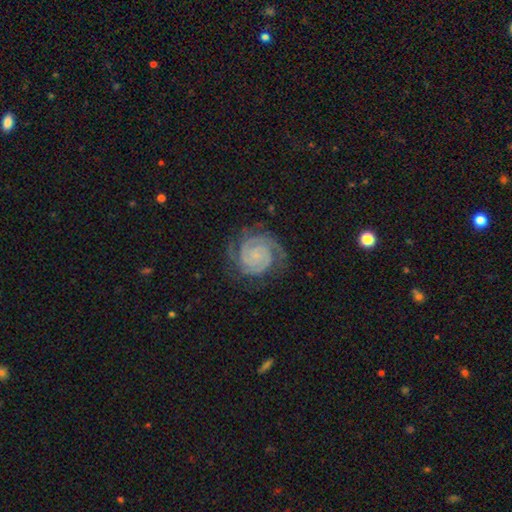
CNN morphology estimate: Smooth or featured: featured or disk — 89% (smooth — 6%)
Edge-on disk: no — 98% (yes — 2%)
Bar: no — 73% (weak — 21%)
Spiral arms: yes — 98% (no — 2%)
Spiral winding: tight — 79% (medium — 19%)
Spiral arm count: 2 — 51% (3 — 24%)
Bulge size: small — 75% (none — 14%)
Merging: none — 77% (minor disturbance — 16%)